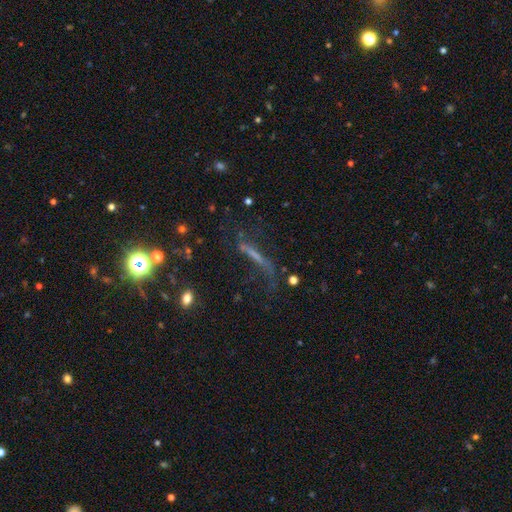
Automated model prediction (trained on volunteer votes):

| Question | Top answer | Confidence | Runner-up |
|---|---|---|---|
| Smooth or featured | featured or disk | 44% | smooth (36%) |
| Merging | none | 42% | major disturbance (32%) |